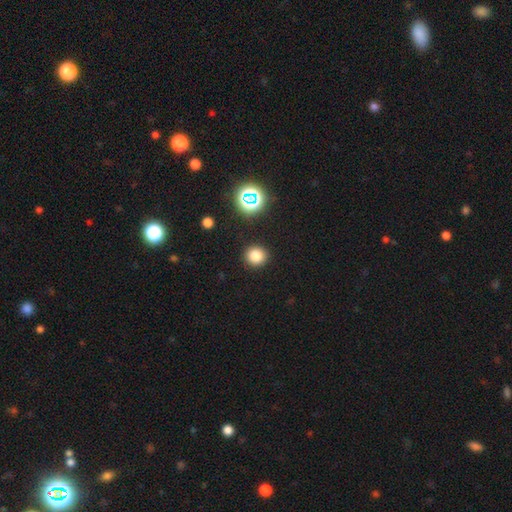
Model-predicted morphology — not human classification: Q: Smooth or featured?
A: smooth (78%); runner-up: star or artifact (16%)
Q: How rounded?
A: round (90%); runner-up: in between (9%)
Q: Merging?
A: none (91%); runner-up: minor disturbance (6%)